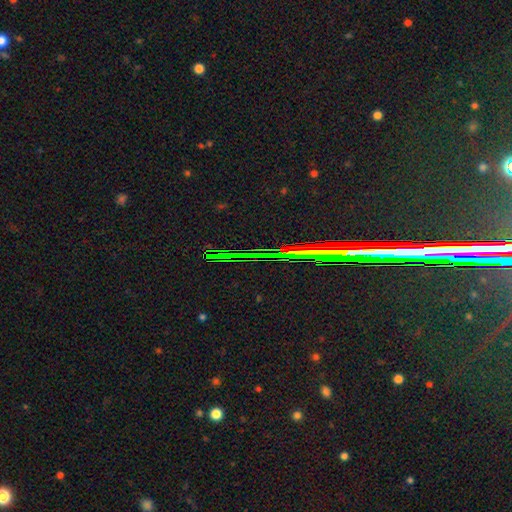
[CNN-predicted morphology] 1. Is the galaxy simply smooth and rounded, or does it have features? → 81% star or artifact, 11% featured or disk, 8% smooth.